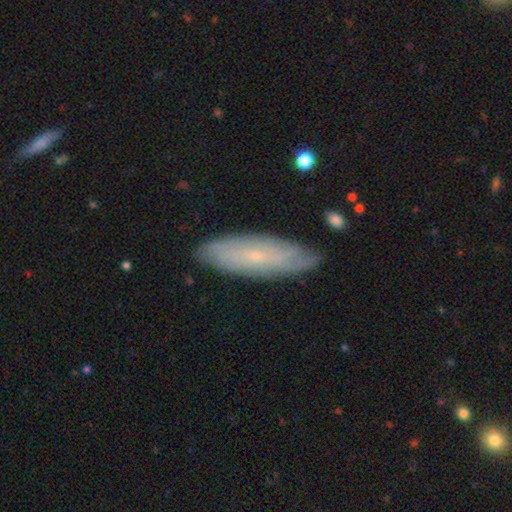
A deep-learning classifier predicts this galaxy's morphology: Smooth or featured: featured or disk — 53% (smooth — 39%)
Edge-on disk: no — 69% (yes — 31%)
Merging: none — 82% (minor disturbance — 14%)